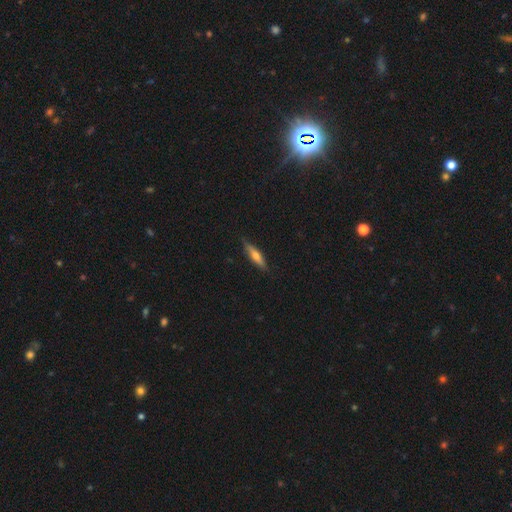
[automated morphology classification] This appears to be a smooth galaxy with no disk features (54%) that is cigar-shaped (76%). Merging: none (84%).